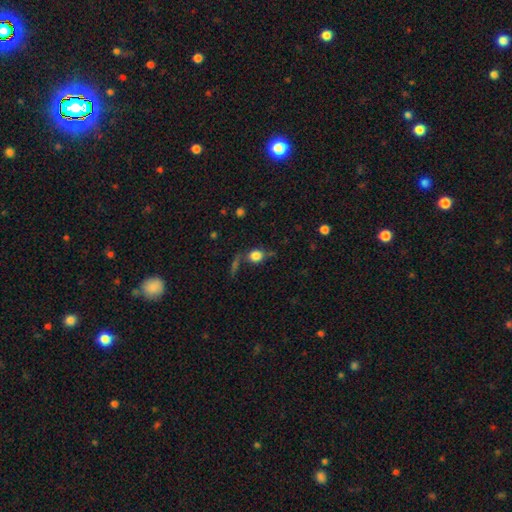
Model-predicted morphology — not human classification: The model was most divided on "how rounded": round: 70%, in between: 28%, cigar-shaped: 3%. More confident: smooth or featured — smooth (75%); merging — none (61%).